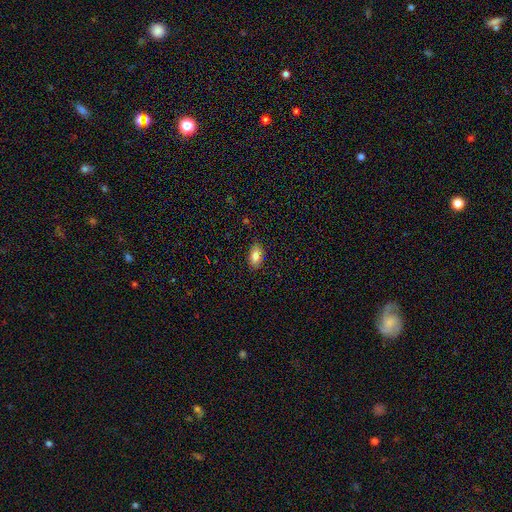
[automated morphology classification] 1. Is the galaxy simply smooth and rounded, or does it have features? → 78% smooth, 14% star or artifact, 8% featured or disk.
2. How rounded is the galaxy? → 87% in between, 6% cigar-shaped, 6% round.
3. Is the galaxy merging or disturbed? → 84% none, 12% minor disturbance, 2% major disturbance, 2% merger.